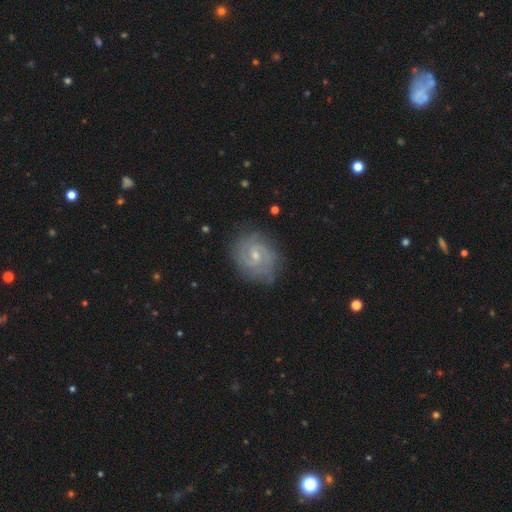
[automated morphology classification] This is likely a featured or disk galaxy (79%). It is clearly not viewed edge-on (97%). Bar: possibly weak (50%). Spiral arm pattern: clearly yes (94%). Spiral arm count: possibly 2 (58%). Spiral winding: possibly tight (56%). Central bulge: possibly small (56%). Merging: likely none (79%).